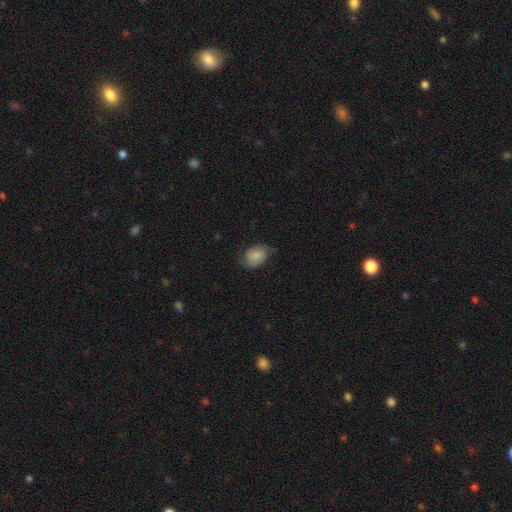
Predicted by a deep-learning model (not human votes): Smooth or featured: smooth — 73% (featured or disk — 19%)
How rounded: in between — 66% (round — 33%)
Merging: none — 62% (minor disturbance — 29%)